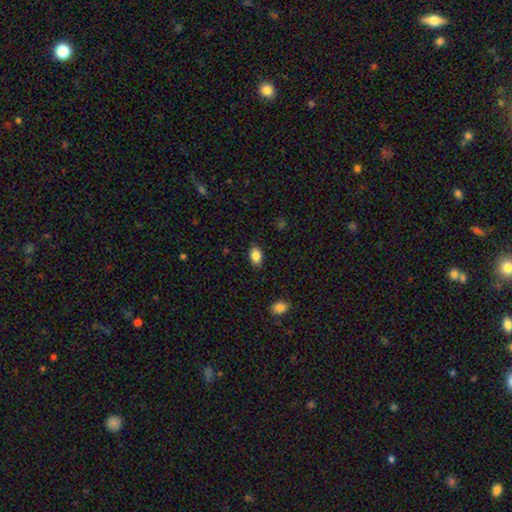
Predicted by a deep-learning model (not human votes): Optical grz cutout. It shows a smooth galaxy with no disk features (86%) that is in between round and cigar-shaped (89%). Merging: none (87%).